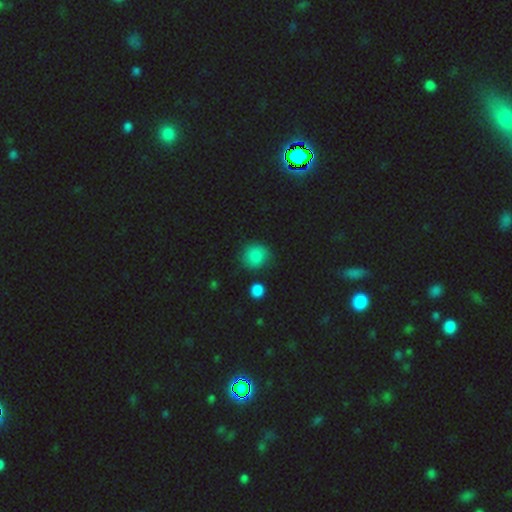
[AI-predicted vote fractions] smooth-or-featured: smooth: 80% | star or artifact: 13% | featured or disk: 7%
  how-rounded: round: 87% | in between: 12% | cigar-shaped: 1%
  merging: none: 76% | minor disturbance: 16% | major disturbance: 4% | merger: 4%